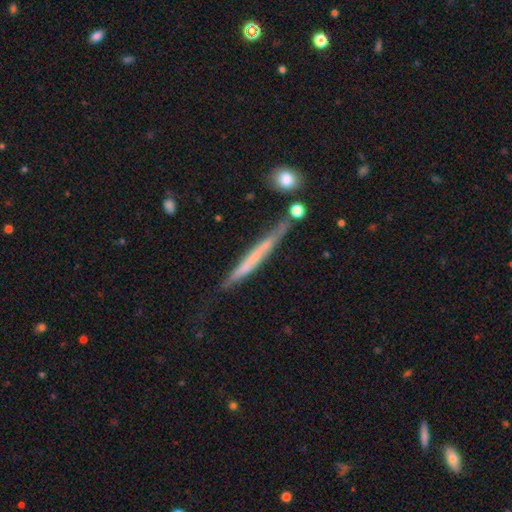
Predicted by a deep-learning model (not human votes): Smooth or featured: featured or disk — 54% (smooth — 39%)
Edge-on disk: yes — 91% (no — 9%)
Merging: none — 68% (minor disturbance — 21%)